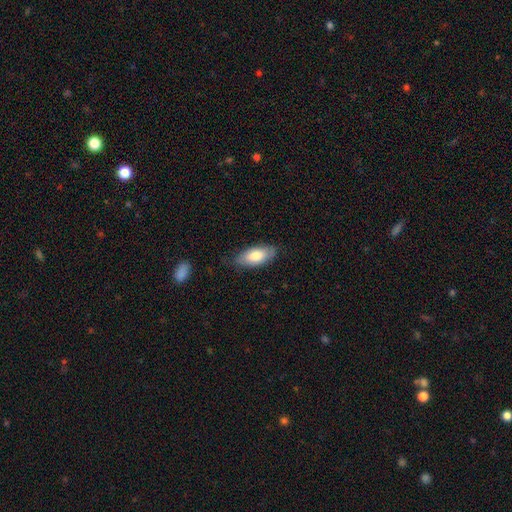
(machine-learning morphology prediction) Overall: smooth (77%). How rounded: in between (88%). Merging: none (76%).